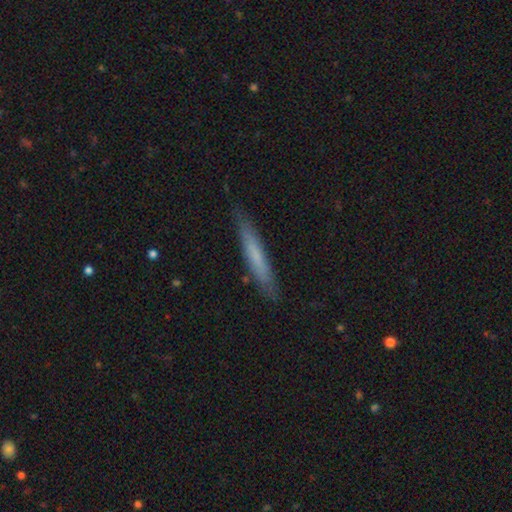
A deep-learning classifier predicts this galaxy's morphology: Smooth or featured: smooth — 61% (featured or disk — 33%)
How rounded: cigar-shaped — 95% (in between — 4%)
Merging: none — 86% (minor disturbance — 11%)